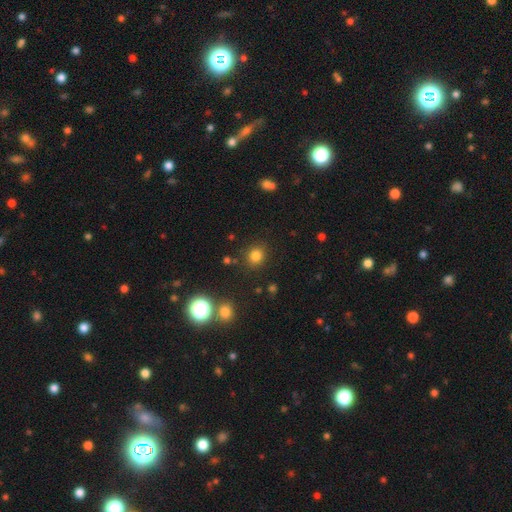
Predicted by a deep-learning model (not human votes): smooth 79%, star or artifact 15%, featured or disk 6%. Down the decision tree: how rounded — round (83%); merging — none (86%).